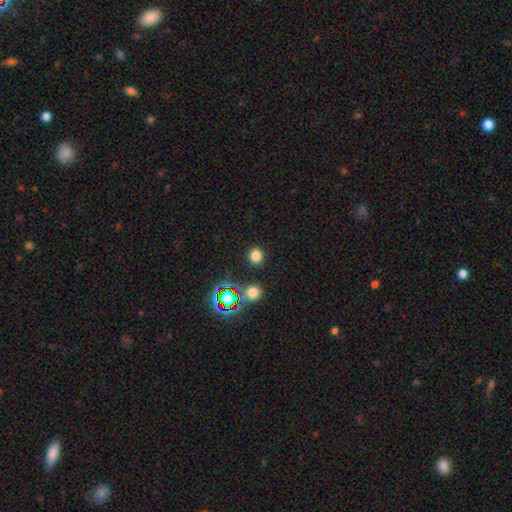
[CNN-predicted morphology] Smooth or featured?
  - smooth: 76% *
  - star or artifact: 19%
  - featured or disk: 5%
How rounded?
  - round: 83% *
  - in between: 16%
  - cigar-shaped: 1%
Merging?
  - none: 88% *
  - minor disturbance: 6%
  - merger: 3%
  - major disturbance: 3%